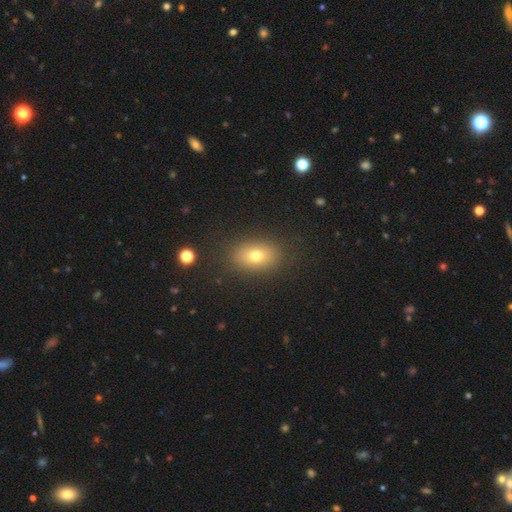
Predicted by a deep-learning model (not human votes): smooth 72%, featured or disk 15%, star or artifact 13%. Down the decision tree: how rounded — in between (80%); merging — none (86%).